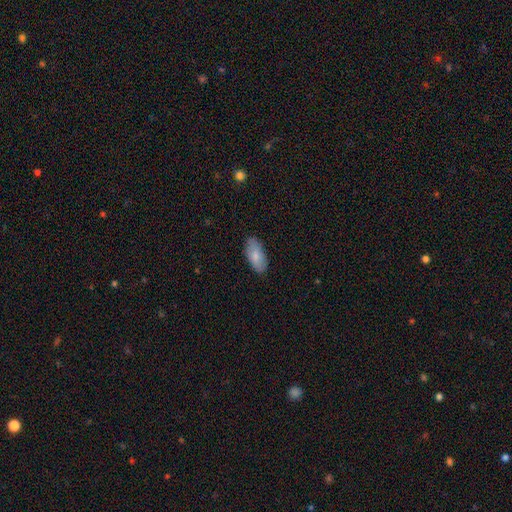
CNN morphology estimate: A smooth galaxy with no disk features (81%) that is in between round and cigar-shaped (89%).

Vote fractions:
- Smooth or featured? smooth: 81% / featured or disk: 13% / star or artifact: 6%
- How rounded? in between: 89% / cigar-shaped: 9% / round: 2%
- Merging? none: 86% / minor disturbance: 11% / major disturbance: 2% / merger: 1%